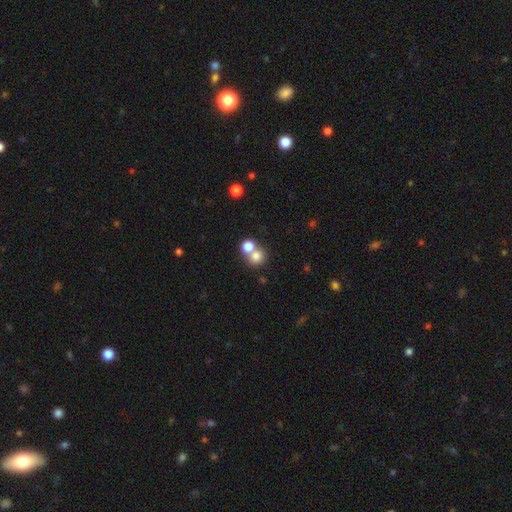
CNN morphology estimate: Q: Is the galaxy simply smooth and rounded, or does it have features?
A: smooth — 77%.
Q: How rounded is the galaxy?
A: round — 84%.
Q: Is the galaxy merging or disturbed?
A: merger — 45%, tied with none.